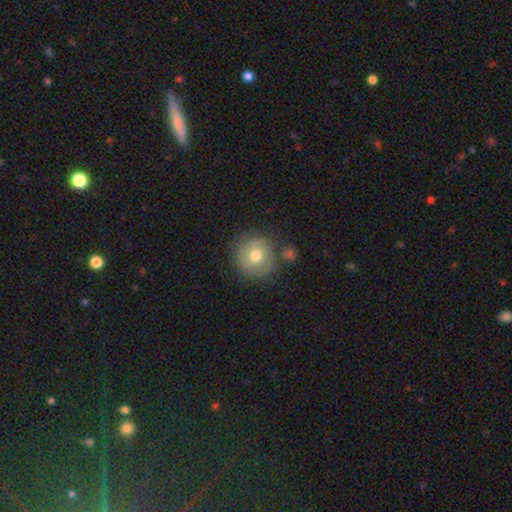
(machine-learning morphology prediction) A smooth galaxy with no disk features (60%) that is round (91%). Merging: none (70%).